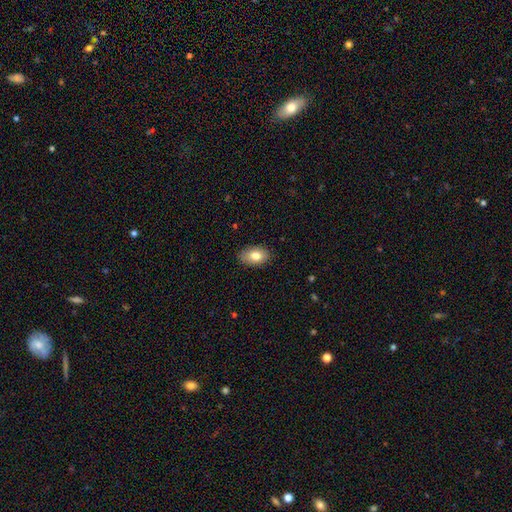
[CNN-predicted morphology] This is clearly a smooth galaxy (81%). How rounded: clearly in between (89%). Merging: clearly none (84%).